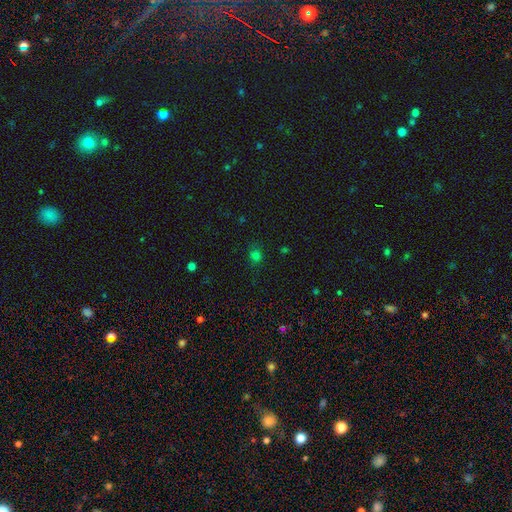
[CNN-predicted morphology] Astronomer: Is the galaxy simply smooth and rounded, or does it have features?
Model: smooth — 70%.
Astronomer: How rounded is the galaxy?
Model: round — 70%.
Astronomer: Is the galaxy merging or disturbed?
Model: none — 74%.